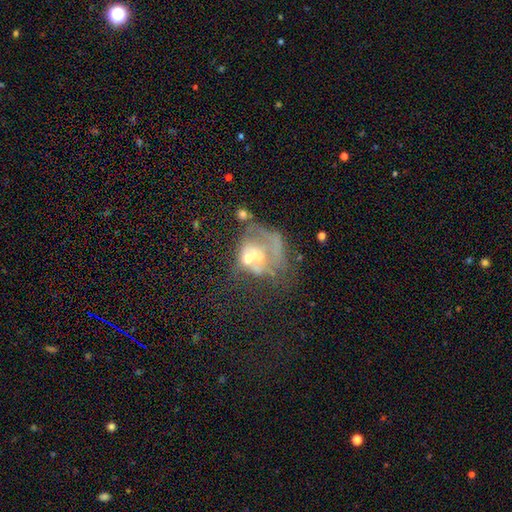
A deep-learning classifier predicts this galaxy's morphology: Smooth or featured: featured or disk — 56% (smooth — 25%)
Edge-on disk: no — 97% (yes — 3%)
Bar: no — 79% (weak — 16%)
Spiral arms: no — 65% (yes — 35%)
Bulge size: moderate — 44% (small — 29%)
Merging: major disturbance — 38% (merger — 26%)